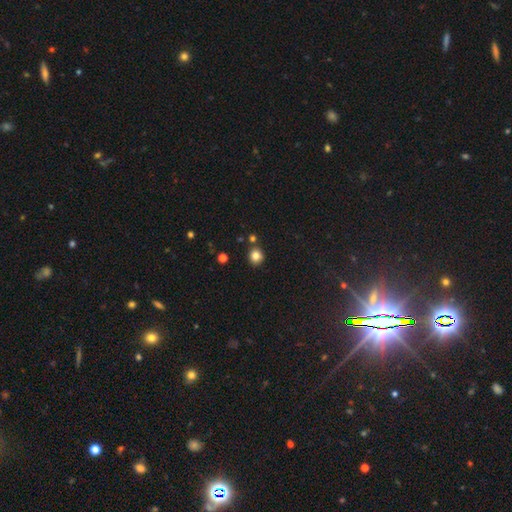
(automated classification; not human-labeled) Q: Smooth or featured?
A: smooth (83%); runner-up: star or artifact (12%)
Q: How rounded?
A: round (87%); runner-up: in between (12%)
Q: Merging?
A: none (84%); runner-up: minor disturbance (8%)